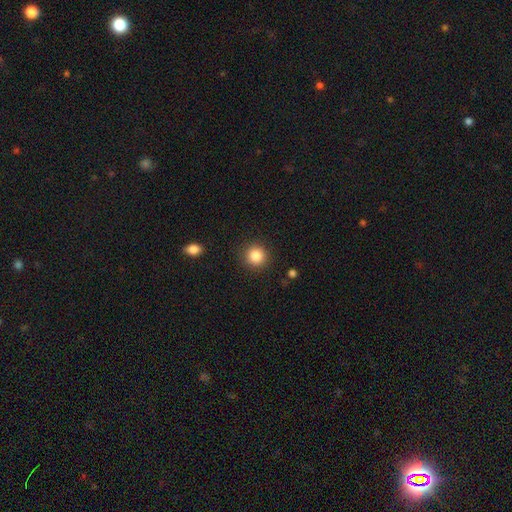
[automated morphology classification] smooth 86%, star or artifact 10%, featured or disk 4%. Down the decision tree: how rounded — round (93%); merging — none (90%).